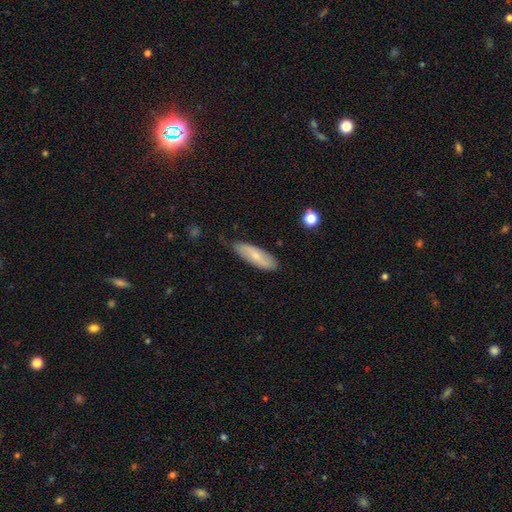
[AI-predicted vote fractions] smooth-or-featured: smooth: 59% | featured or disk: 35% | star or artifact: 6%
  how-rounded: in between: 52% | cigar-shaped: 45% | round: 2%
  merging: none: 74% | minor disturbance: 21% | major disturbance: 3% | merger: 1%